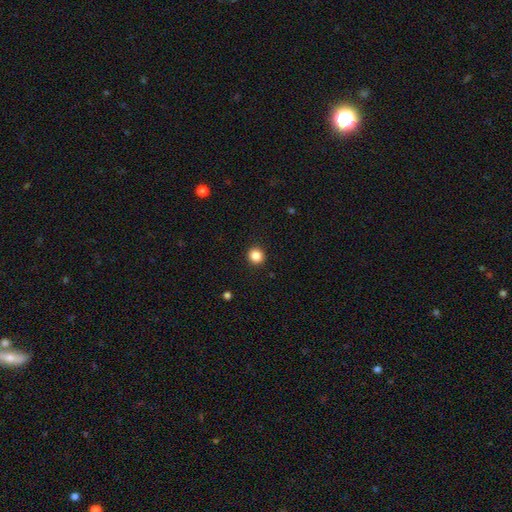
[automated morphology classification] Q: Smooth or featured?
A: smooth (87%); runner-up: star or artifact (10%)
Q: How rounded?
A: round (87%); runner-up: in between (12%)
Q: Merging?
A: none (92%); runner-up: minor disturbance (5%)